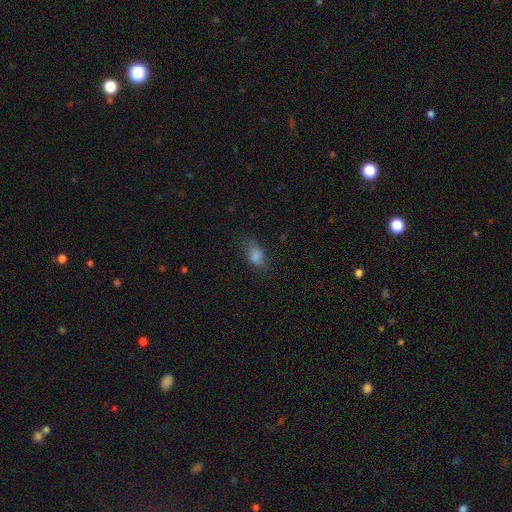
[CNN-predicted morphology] Smooth or featured? Predicted: smooth (p=0.80). How rounded? Predicted: in between (p=0.79). Merging? Predicted: none (p=0.67).